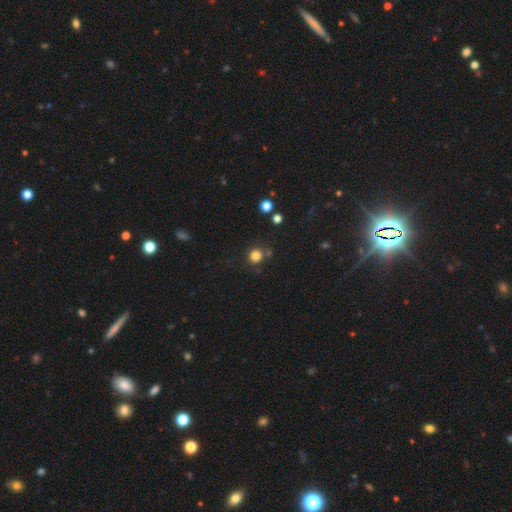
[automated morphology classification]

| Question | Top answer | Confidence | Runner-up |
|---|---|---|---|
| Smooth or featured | smooth | 81% | star or artifact (14%) |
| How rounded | round | 91% | in between (8%) |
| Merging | none | 79% | minor disturbance (10%) |